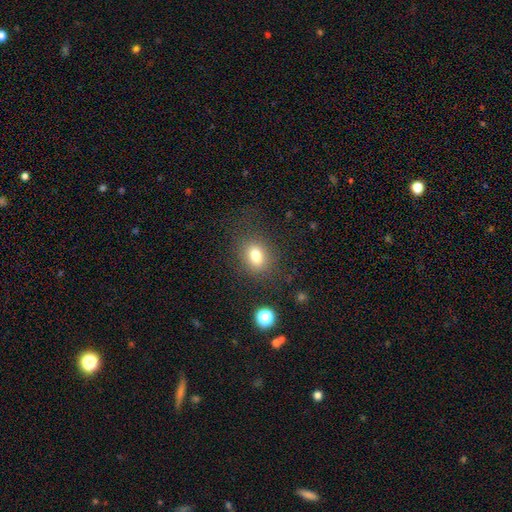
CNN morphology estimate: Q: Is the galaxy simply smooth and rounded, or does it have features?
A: smooth — 77%.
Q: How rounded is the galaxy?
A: in between — 54%.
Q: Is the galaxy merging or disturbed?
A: none — 80%.